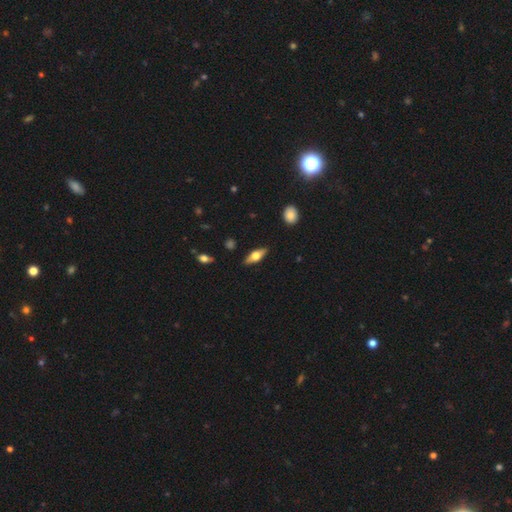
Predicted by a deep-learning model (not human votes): Q: Smooth or featured?
A: featured or disk (52%); runner-up: smooth (42%)
Q: Edge-on disk?
A: yes (90%); runner-up: no (10%)
Q: Merging?
A: none (86%); runner-up: minor disturbance (10%)